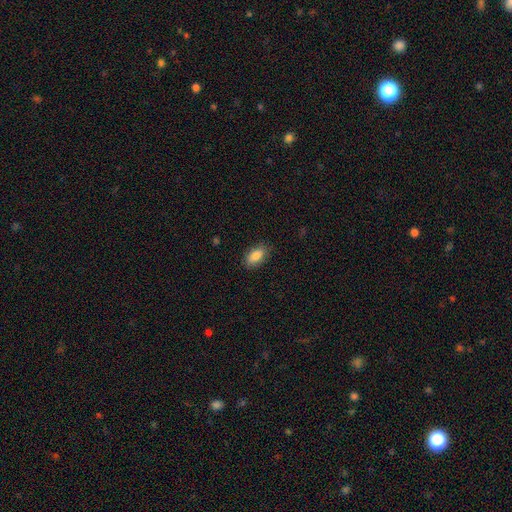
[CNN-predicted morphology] This is clearly a smooth galaxy (86%). How rounded: clearly in between (91%). Merging: clearly none (86%).